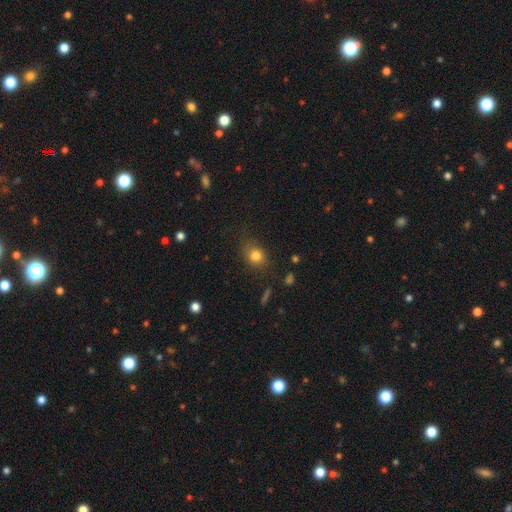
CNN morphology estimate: Smooth or featured?
  - smooth: 80% *
  - star or artifact: 12%
  - featured or disk: 8%
How rounded?
  - round: 51% *
  - in between: 47%
  - cigar-shaped: 2%
Merging?
  - none: 72% *
  - minor disturbance: 19%
  - major disturbance: 7%
  - merger: 2%